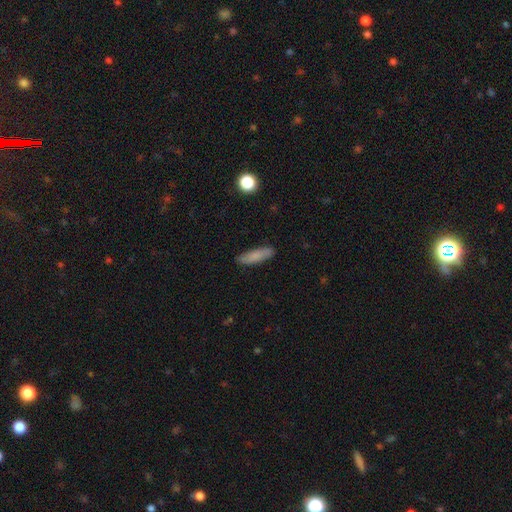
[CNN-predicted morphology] type=smooth (79%); roundness=cigar-shaped (67%); merging=none (86%).